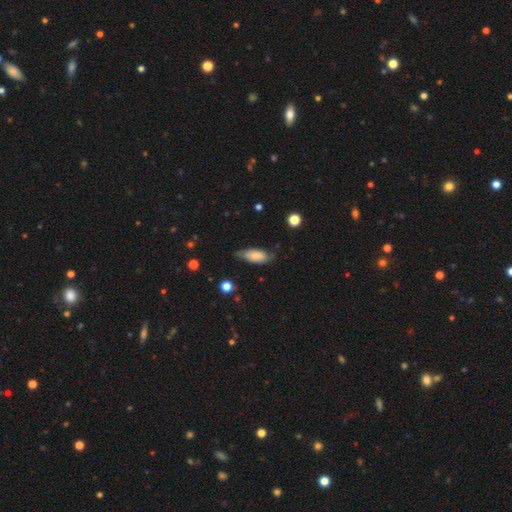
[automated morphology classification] Smooth or featured: smooth — 71% (featured or disk — 22%)
How rounded: in between — 80% (cigar-shaped — 18%)
Merging: none — 59% (minor disturbance — 32%)